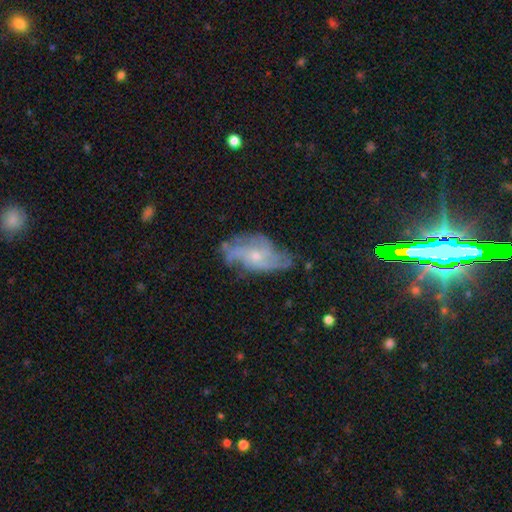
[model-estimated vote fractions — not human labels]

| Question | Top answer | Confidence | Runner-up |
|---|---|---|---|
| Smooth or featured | featured or disk | 80% | smooth (13%) |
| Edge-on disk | no | 95% | yes (5%) |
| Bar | no | 73% | weak (22%) |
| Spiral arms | yes | 92% | no (8%) |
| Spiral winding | medium | 44% | tight (28%) |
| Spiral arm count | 3 | 26% | can't tell (25%) |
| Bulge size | small | 73% | moderate (23%) |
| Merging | none | 59% | minor disturbance (26%) |